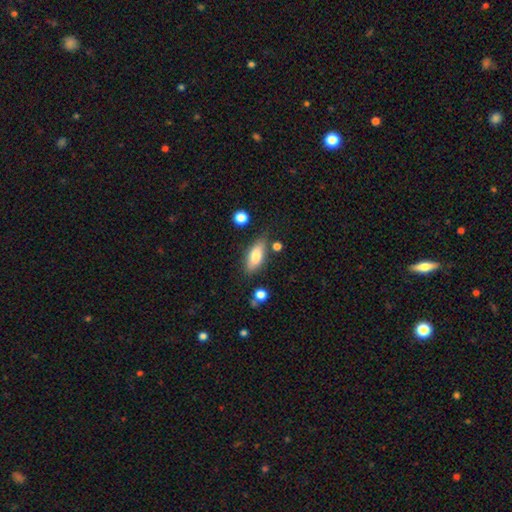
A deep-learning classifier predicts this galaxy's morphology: A smooth galaxy with no disk features (75%) that is in between round and cigar-shaped (75%).

Vote fractions:
- Smooth or featured? smooth: 75% / featured or disk: 18% / star or artifact: 7%
- How rounded? in between: 75% / cigar-shaped: 22% / round: 3%
- Merging? none: 73% / minor disturbance: 17% / merger: 5% / major disturbance: 4%